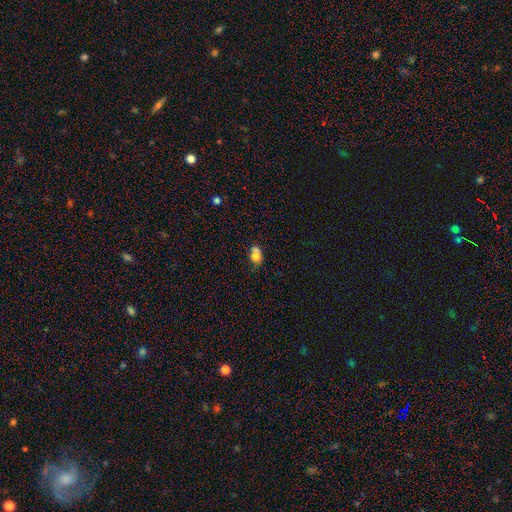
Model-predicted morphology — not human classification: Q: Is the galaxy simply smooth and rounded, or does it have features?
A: smooth — 73%.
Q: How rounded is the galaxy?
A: in between — 53%.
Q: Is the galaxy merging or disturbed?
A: merger — 40%.